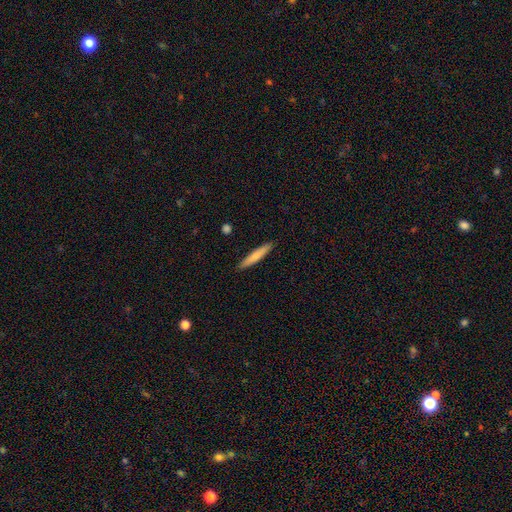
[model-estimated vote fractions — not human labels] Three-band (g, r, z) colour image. It shows a smooth galaxy with no disk features (70%) that is cigar-shaped (92%). Merging: none (90%).